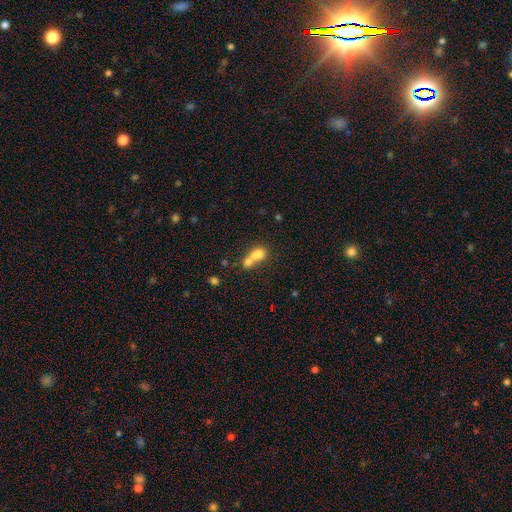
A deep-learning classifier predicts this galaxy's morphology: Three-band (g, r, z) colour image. It shows a smooth galaxy with no disk features (68%) that is in between round and cigar-shaped (51%). Merging: merger (70%).